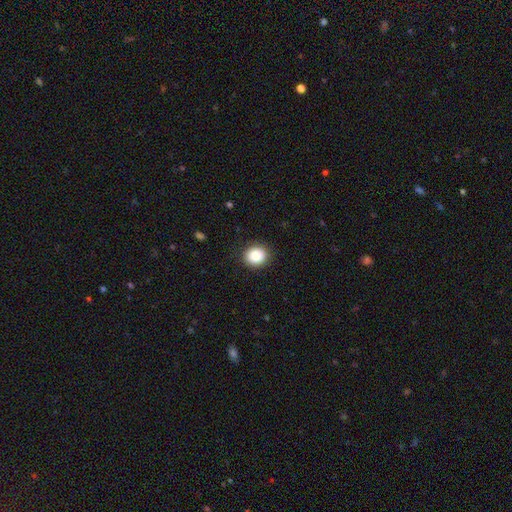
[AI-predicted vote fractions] smooth_or_featured: smooth (p=0.86) [alt: star or artifact p=0.09]
how_rounded: round (p=0.81) [alt: in between p=0.18]
merging: none (p=0.90) [alt: minor disturbance p=0.07]